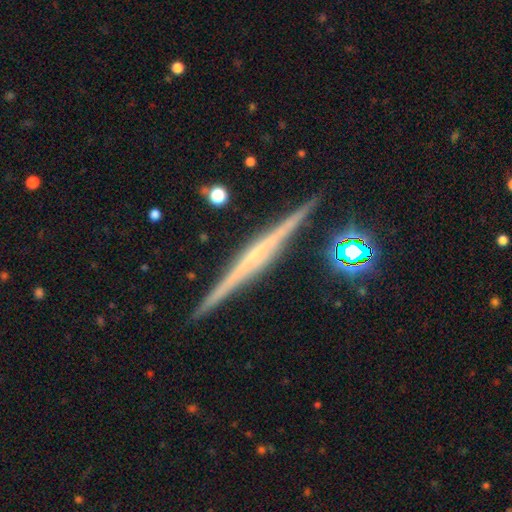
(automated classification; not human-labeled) smooth_or_featured: featured or disk (p=0.80) [alt: smooth p=0.13]
disk_edge_on: yes (p=0.98) [alt: no p=0.02]
edge_on_bulge: none (p=0.49) [alt: rounded p=0.35]
merging: none (p=0.91) [alt: minor disturbance p=0.06]